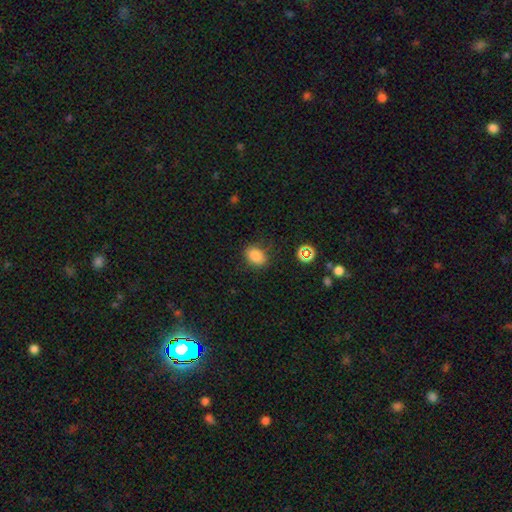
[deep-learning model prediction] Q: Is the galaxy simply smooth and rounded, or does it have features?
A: smooth — 82%.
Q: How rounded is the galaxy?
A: in between — 71%.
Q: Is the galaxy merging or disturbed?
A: none — 80%.